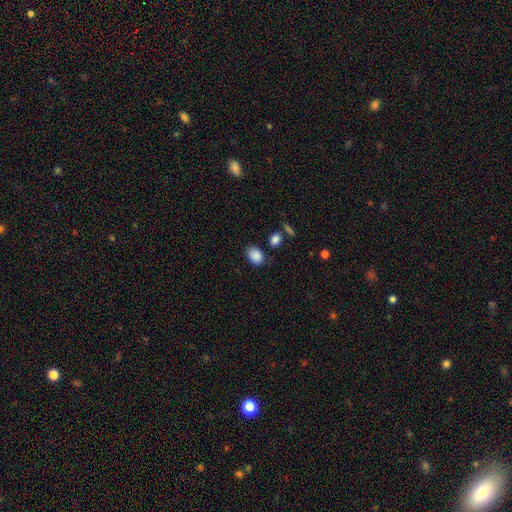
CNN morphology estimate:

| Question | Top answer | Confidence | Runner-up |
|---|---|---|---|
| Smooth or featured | smooth | 88% | star or artifact (8%) |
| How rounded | in between | 74% | round (25%) |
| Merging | none | 76% | minor disturbance (15%) |